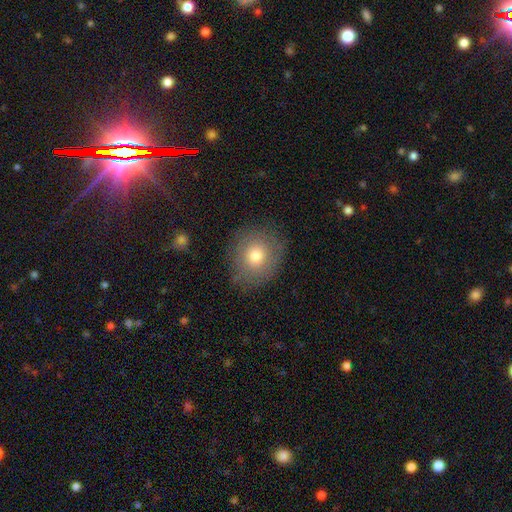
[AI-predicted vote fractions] A smooth galaxy with no disk features (72%) that is round (80%).

Vote fractions:
- Smooth or featured? smooth: 72% / featured or disk: 18% / star or artifact: 10%
- How rounded? round: 80% / in between: 19% / cigar-shaped: 1%
- Merging? none: 81% / minor disturbance: 14% / major disturbance: 5% / merger: 1%